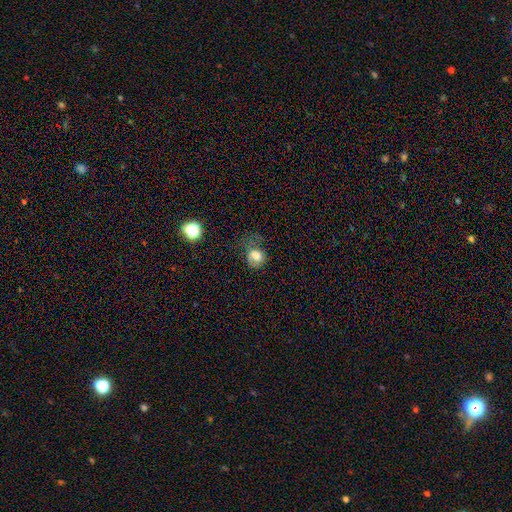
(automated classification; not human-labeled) Smooth or featured? Predicted: smooth (p=0.75). How rounded? Predicted: round (p=0.65). Merging? Predicted: none (p=0.38).